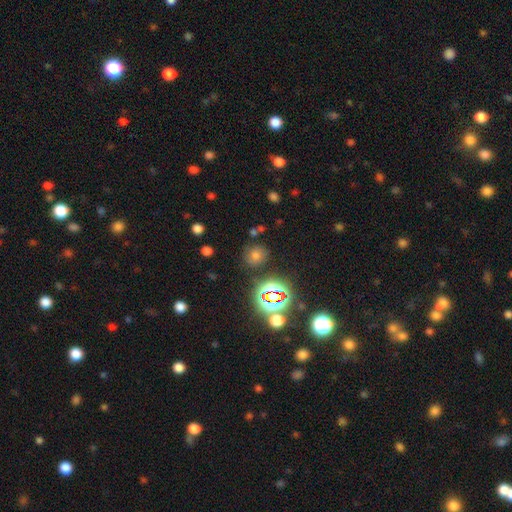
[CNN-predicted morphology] Smooth or featured? Predicted: smooth (p=0.51). How rounded? Predicted: round (p=0.81). Merging? Predicted: none (p=0.81).